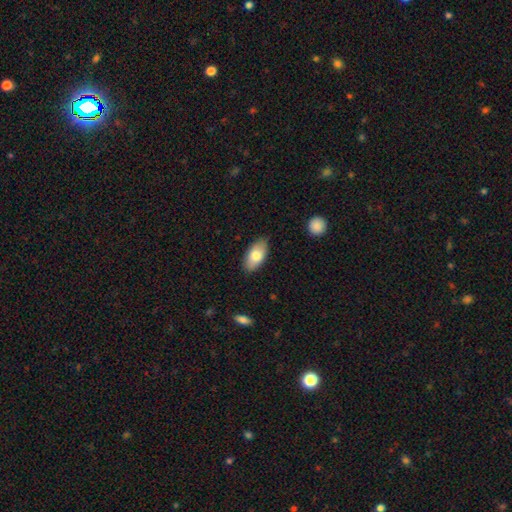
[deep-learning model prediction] smooth-or-featured: smooth: 77% | featured or disk: 16% | star or artifact: 6%
  how-rounded: in between: 93% | cigar-shaped: 4% | round: 3%
  merging: none: 84% | minor disturbance: 13% | major disturbance: 2% | merger: 1%